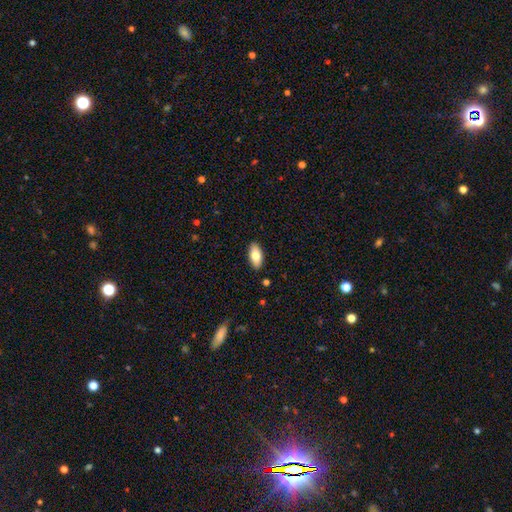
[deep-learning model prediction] A smooth galaxy with no disk features (76%) that is in between round and cigar-shaped (90%). Merging: none (89%).